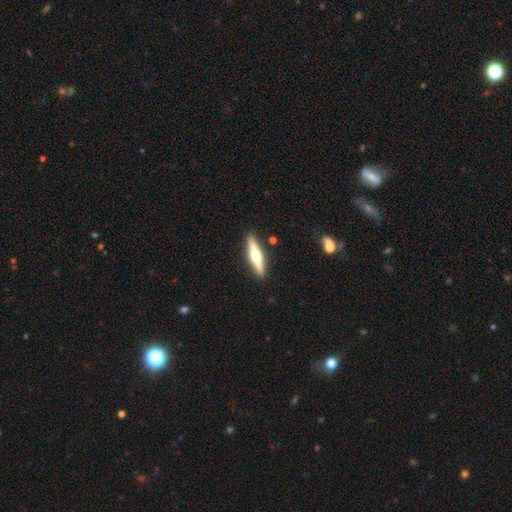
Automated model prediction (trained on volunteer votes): Overall: featured or disk (66%; smooth 29%). Edge-on disk: yes (97%). Edge-on bulge: rounded (96%). Merging: none (91%).